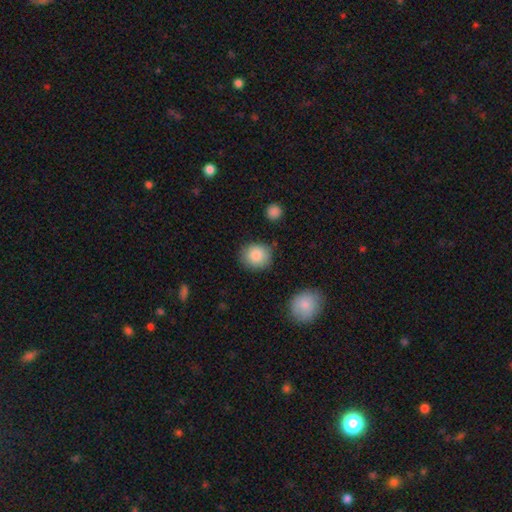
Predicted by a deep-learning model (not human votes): This is clearly a smooth galaxy (88%). How rounded: clearly round (81%). Merging: clearly none (82%).